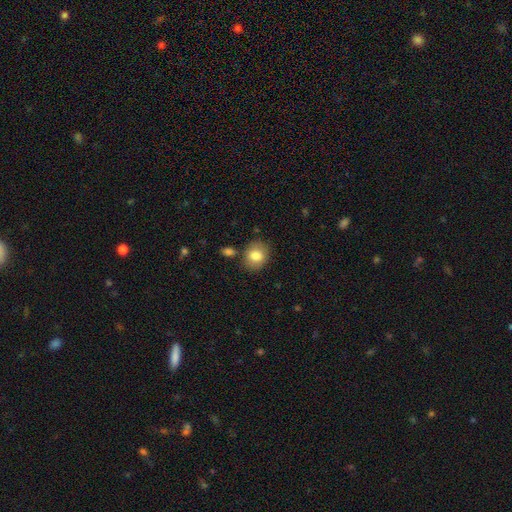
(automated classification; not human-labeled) Q: Smooth or featured?
A: smooth (82%); runner-up: featured or disk (10%)
Q: How rounded?
A: round (58%); runner-up: in between (41%)
Q: Merging?
A: none (79%); runner-up: minor disturbance (12%)